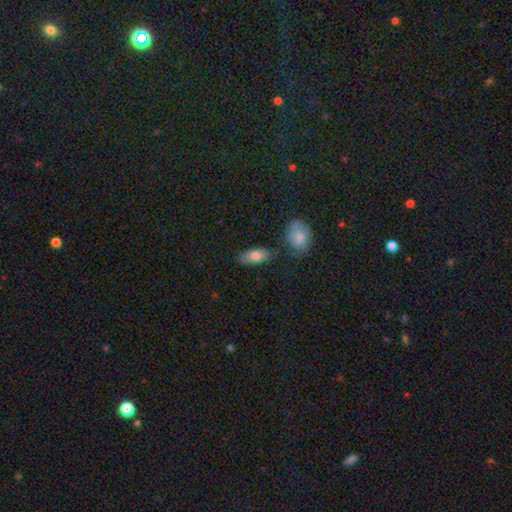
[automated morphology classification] smooth 78%, featured or disk 15%, star or artifact 7%. Down the decision tree: how rounded — in between (83%); merging — none (73%).